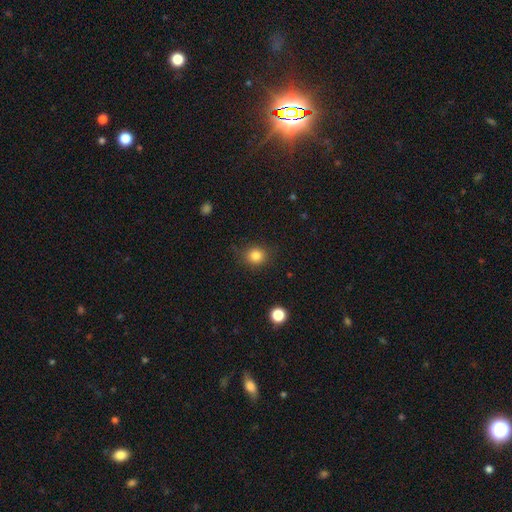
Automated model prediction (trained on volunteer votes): Overall: smooth (83%). How rounded: round (81%). Merging: none (85%).